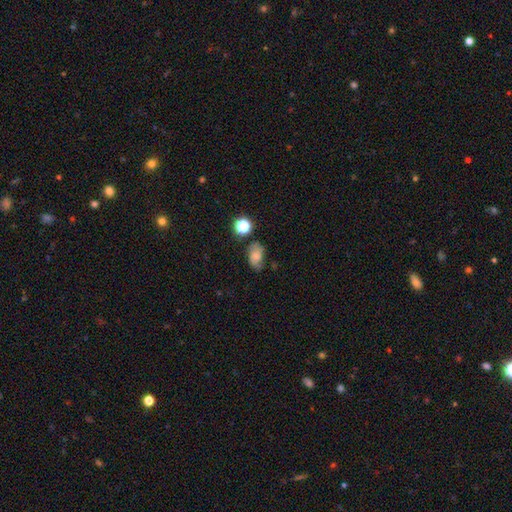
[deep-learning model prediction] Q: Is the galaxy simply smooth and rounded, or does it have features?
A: smooth — 60%.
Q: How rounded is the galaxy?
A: in between — 82%.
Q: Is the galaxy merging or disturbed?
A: none — 59%.